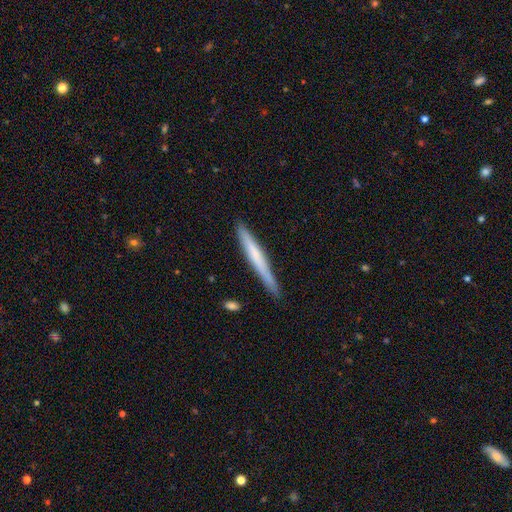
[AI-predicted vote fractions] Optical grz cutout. It shows a smooth galaxy with no disk features (56%) that is cigar-shaped (97%). Merging: none (87%).